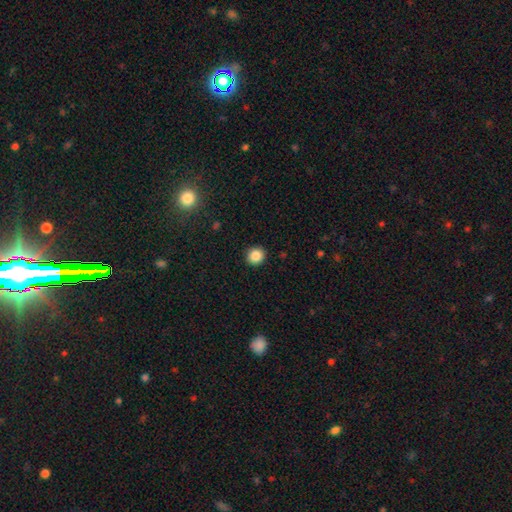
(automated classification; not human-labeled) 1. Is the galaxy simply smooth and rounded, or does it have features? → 87% smooth, 10% star or artifact, 4% featured or disk.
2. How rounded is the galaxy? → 91% round, 8% in between, 1% cigar-shaped.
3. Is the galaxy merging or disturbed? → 92% none, 5% minor disturbance, 2% major disturbance, 1% merger.